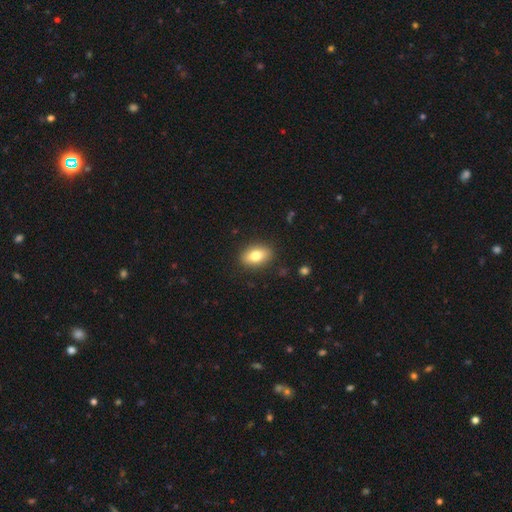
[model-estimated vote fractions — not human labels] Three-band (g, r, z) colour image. It shows a smooth galaxy with no disk features (77%) that is in between round and cigar-shaped (85%). Merging: none (88%).